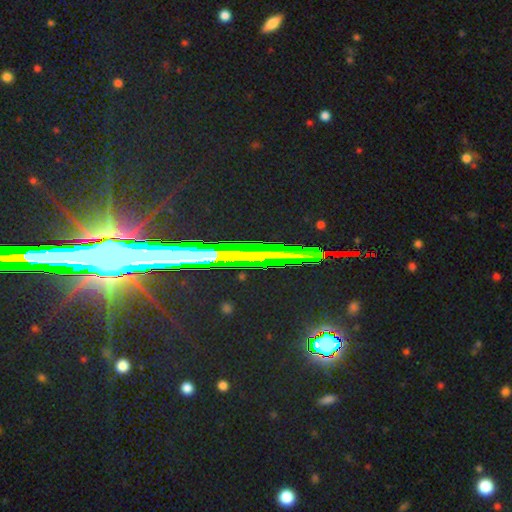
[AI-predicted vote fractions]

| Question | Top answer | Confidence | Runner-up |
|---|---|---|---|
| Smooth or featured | star or artifact | 69% | featured or disk (20%) |